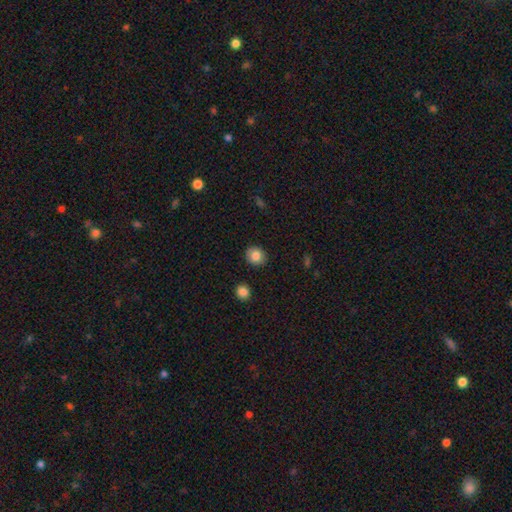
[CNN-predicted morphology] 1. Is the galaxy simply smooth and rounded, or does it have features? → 84% smooth, 9% star or artifact, 7% featured or disk.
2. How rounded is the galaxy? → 82% round, 17% in between, 1% cigar-shaped.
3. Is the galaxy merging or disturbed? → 90% none, 7% minor disturbance, 2% major disturbance, 2% merger.